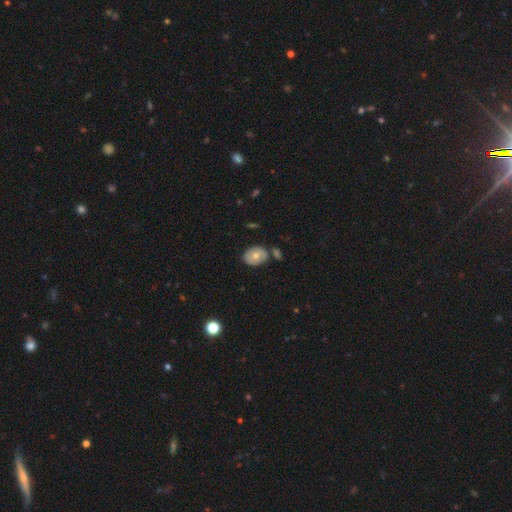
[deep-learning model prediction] Smooth or featured: smooth — 64% (featured or disk — 28%)
How rounded: in between — 68% (round — 31%)
Merging: none — 70% (minor disturbance — 15%)